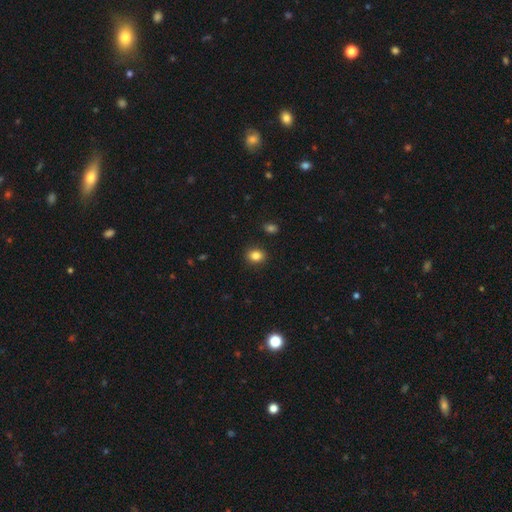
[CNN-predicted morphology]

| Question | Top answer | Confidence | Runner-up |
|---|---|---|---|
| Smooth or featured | smooth | 84% | star or artifact (10%) |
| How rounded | round | 58% | in between (41%) |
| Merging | none | 90% | minor disturbance (7%) |